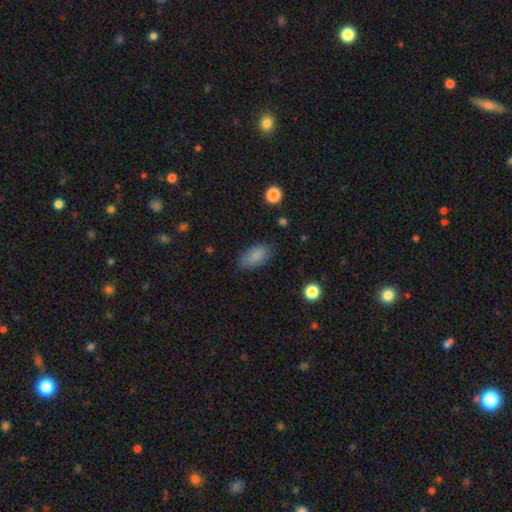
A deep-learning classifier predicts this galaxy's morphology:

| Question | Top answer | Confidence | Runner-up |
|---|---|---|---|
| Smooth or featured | smooth | 86% | star or artifact (7%) |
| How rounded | in between | 93% | cigar-shaped (4%) |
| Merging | none | 82% | minor disturbance (14%) |